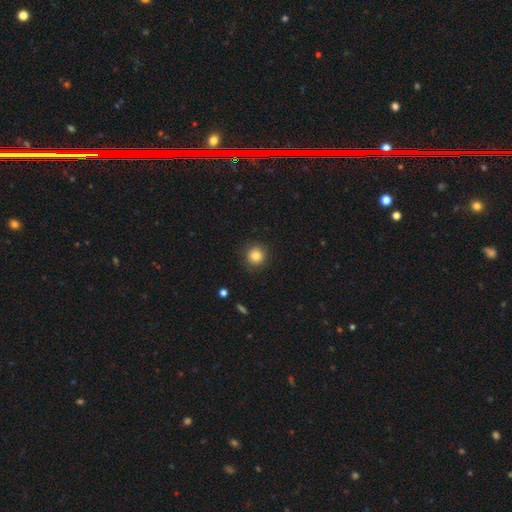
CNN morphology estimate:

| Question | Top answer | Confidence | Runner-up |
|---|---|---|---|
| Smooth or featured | smooth | 83% | star or artifact (10%) |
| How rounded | round | 94% | in between (5%) |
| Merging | none | 88% | minor disturbance (8%) |